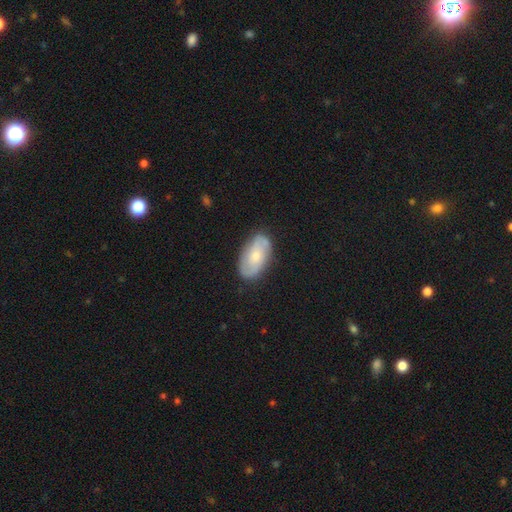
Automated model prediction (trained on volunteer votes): A featured or disk galaxy (56%) with no bar (63%), spiral arms (82%) and a small central bulge (48%).

Vote fractions:
- Smooth or featured? featured or disk: 56% / smooth: 38% / star or artifact: 6%
- Edge-on disk? no: 94% / yes: 6%
- Bar? no: 63% / weak: 31% / strong: 7%
- Spiral arms? yes: 82% / no: 18%
- Bulge size? small: 48% / moderate: 44% / large: 3% / none: 3% / dominant: 1%
- Merging? none: 81% / minor disturbance: 15% / major disturbance: 3% / merger: 1%